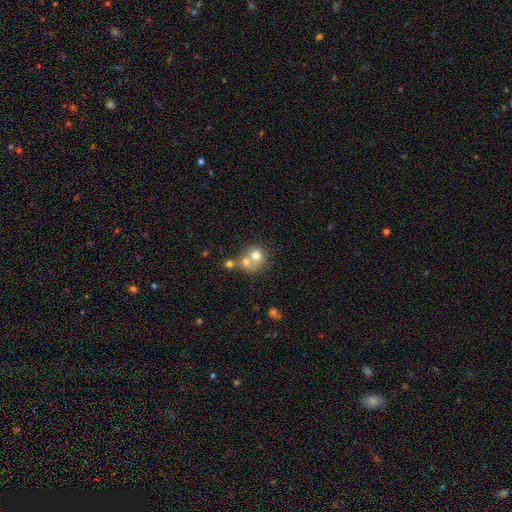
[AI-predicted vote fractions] Smooth or featured: smooth — 68% (featured or disk — 20%)
How rounded: round — 80% (in between — 19%)
Merging: merger — 56% (none — 32%)